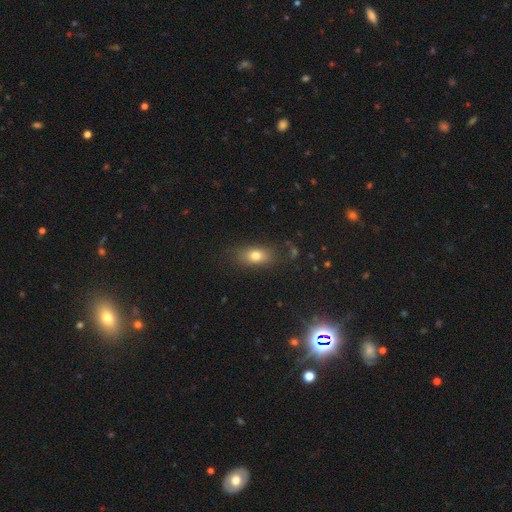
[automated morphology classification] smooth-or-featured: smooth: 78% | featured or disk: 12% | star or artifact: 9%
  how-rounded: in between: 81% | round: 11% | cigar-shaped: 8%
  merging: none: 79% | minor disturbance: 15% | major disturbance: 5% | merger: 2%